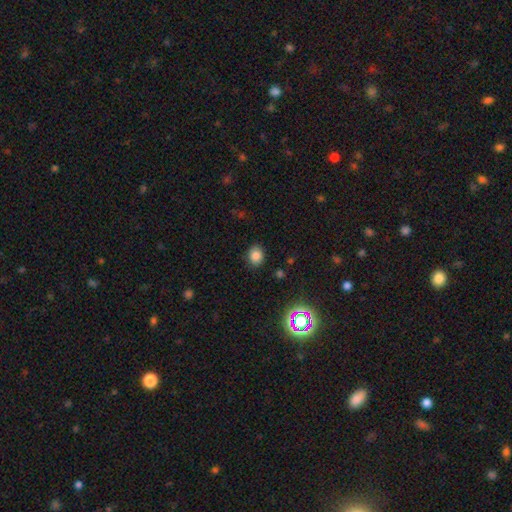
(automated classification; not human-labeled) Smooth or featured: smooth — 82% (star or artifact — 13%)
How rounded: round — 53% (in between — 46%)
Merging: none — 85% (minor disturbance — 10%)